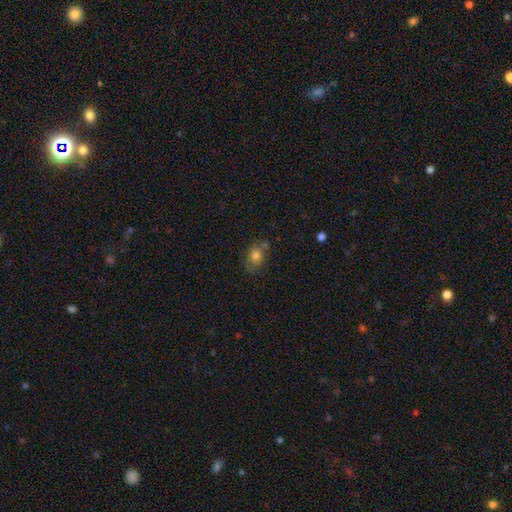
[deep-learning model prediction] This appears to be a smooth galaxy with no disk features (77%) that is in between round and cigar-shaped (53%). Merging: none (58%).